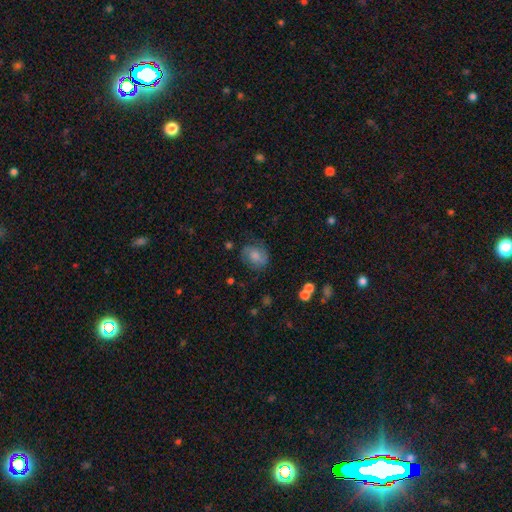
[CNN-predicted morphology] Overall: smooth (54%; featured or disk 37%). How rounded: round (53%; in between 46%). Merging: none (66%).